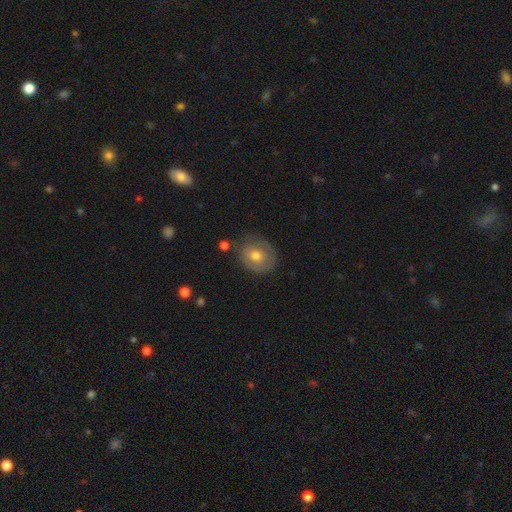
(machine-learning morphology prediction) Smooth or featured? smooth (51%)
How rounded? round (64%)
Merging? none (72%)